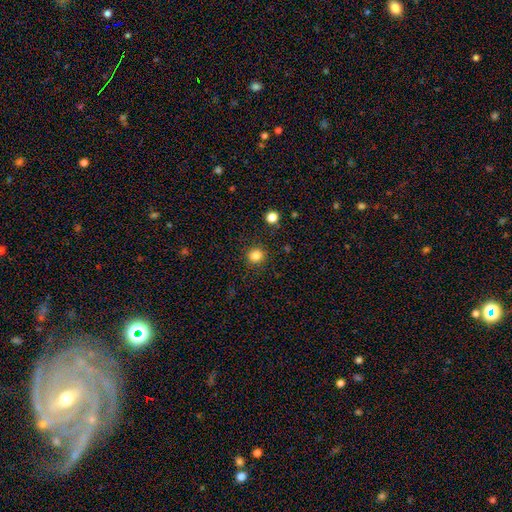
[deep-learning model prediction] Q: Smooth or featured?
A: smooth (83%); runner-up: star or artifact (13%)
Q: How rounded?
A: round (91%); runner-up: in between (8%)
Q: Merging?
A: none (90%); runner-up: minor disturbance (6%)